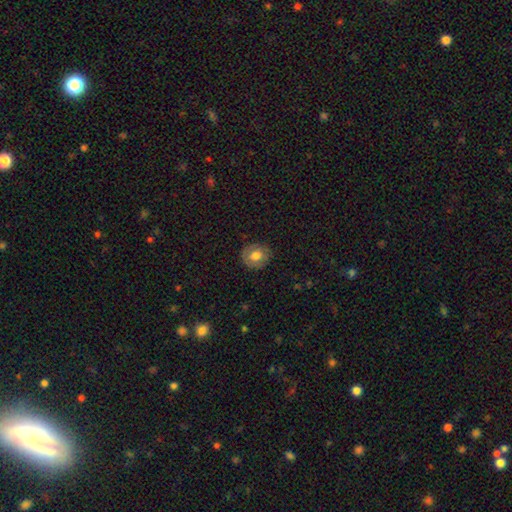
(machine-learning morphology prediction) smooth_or_featured: smooth (p=0.71) [alt: featured or disk p=0.21]
how_rounded: round (p=0.81) [alt: in between p=0.18]
merging: none (p=0.85) [alt: minor disturbance p=0.11]